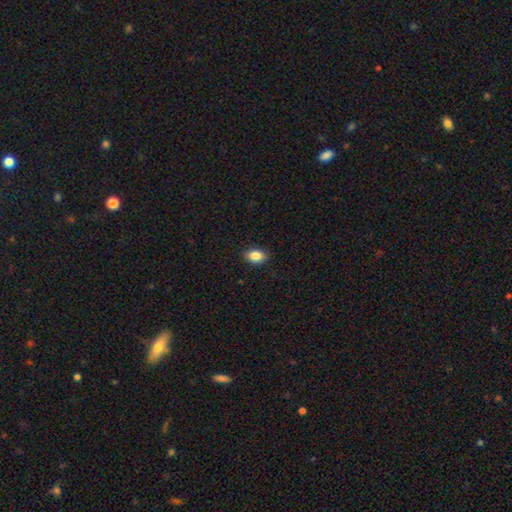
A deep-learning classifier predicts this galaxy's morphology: Smooth or featured?
  - smooth: 87% *
  - star or artifact: 8%
  - featured or disk: 5%
How rounded?
  - in between: 81% *
  - round: 18%
  - cigar-shaped: 1%
Merging?
  - none: 89% *
  - minor disturbance: 8%
  - major disturbance: 2%
  - merger: 1%